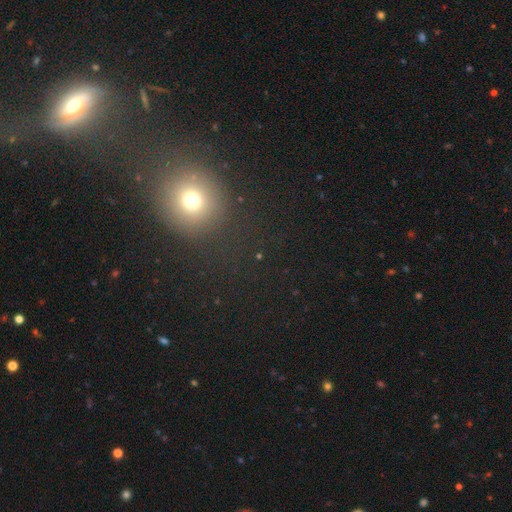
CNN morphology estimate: smooth 53%, star or artifact 39%, featured or disk 8%. Down the decision tree: how rounded — round (85%); merging — none (81%).